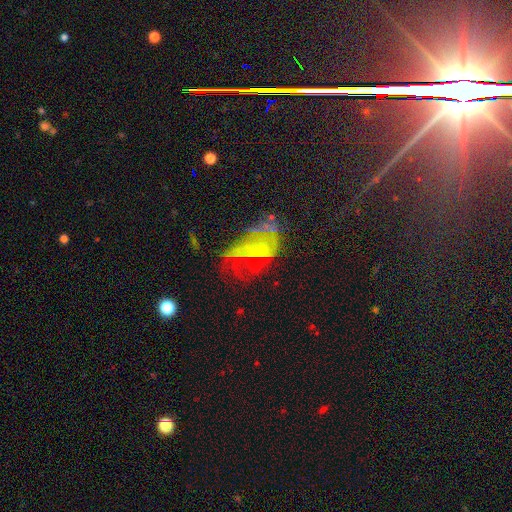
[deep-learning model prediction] This is possibly a featured or disk galaxy (58%). It is clearly not viewed edge-on (97%). Bar: likely no (69%). Spiral arm pattern: possibly no (50%, tied with yes). Central bulge: possibly small (48%). Merging: marginally major disturbance (40%).